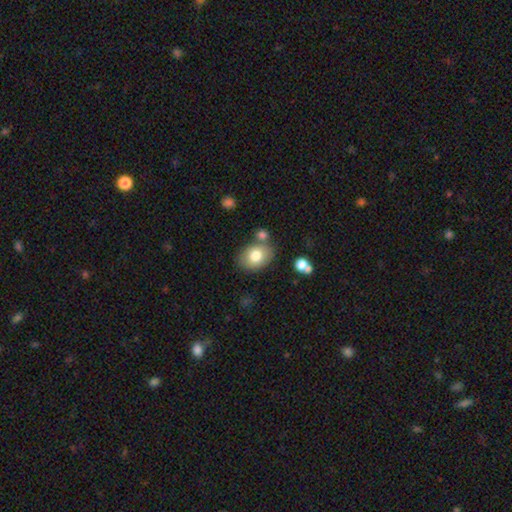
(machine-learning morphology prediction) A smooth galaxy with no disk features (77%) that is in between round and cigar-shaped (68%). Merging: none (70%).